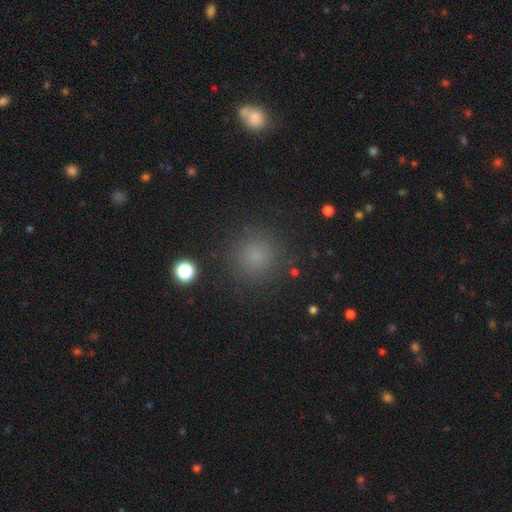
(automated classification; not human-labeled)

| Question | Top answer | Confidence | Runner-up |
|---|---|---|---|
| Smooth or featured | smooth | 76% | star or artifact (18%) |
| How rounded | round | 95% | in between (4%) |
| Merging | none | 89% | minor disturbance (7%) |